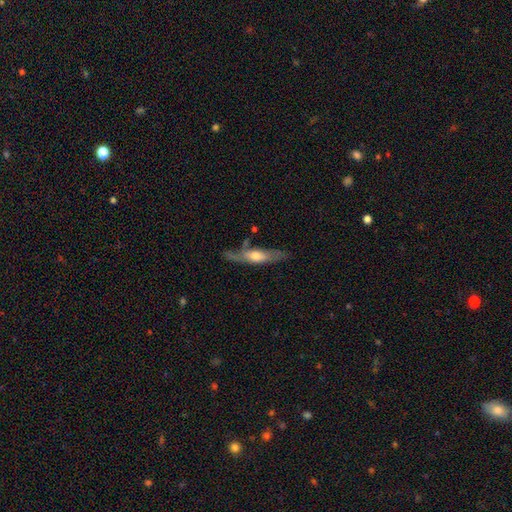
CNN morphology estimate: featured or disk 56%, smooth 38%, star or artifact 6%. Down the decision tree: edge-on disk — yes (63%); merging — none (61%).